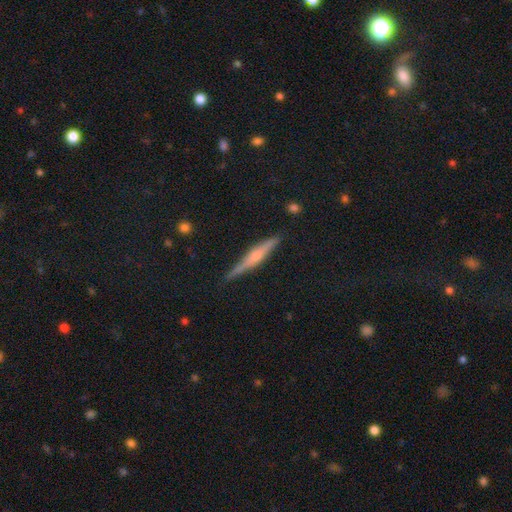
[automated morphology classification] smooth-or-featured: featured or disk: 67% | smooth: 25% | star or artifact: 8%
  disk-edge-on: yes: 97% | no: 3%
    edge-on-bulge: rounded: 73% | none: 14% | boxy: 13%
  merging: none: 85% | minor disturbance: 12% | major disturbance: 2% | merger: 1%